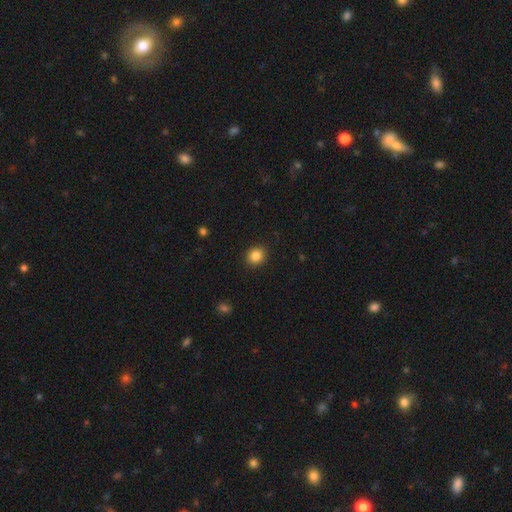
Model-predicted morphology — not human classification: Smooth or featured?
  - smooth: 85% *
  - star or artifact: 10%
  - featured or disk: 4%
How rounded?
  - round: 78% *
  - in between: 21%
  - cigar-shaped: 1%
Merging?
  - none: 90% *
  - minor disturbance: 6%
  - major disturbance: 2%
  - merger: 1%